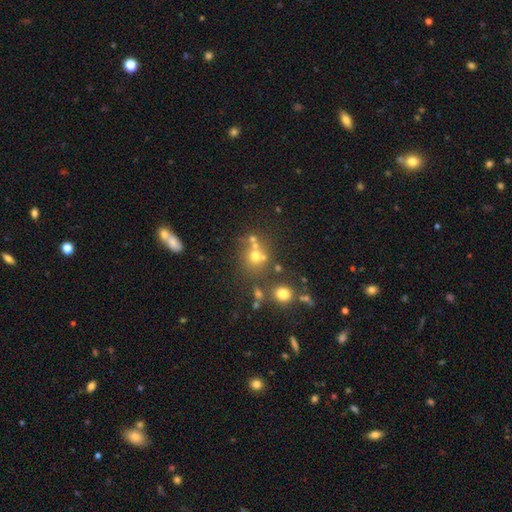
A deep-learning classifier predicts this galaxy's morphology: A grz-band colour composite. It shows a smooth galaxy with no disk features (60%) that is round (81%). Merging: none (53%).